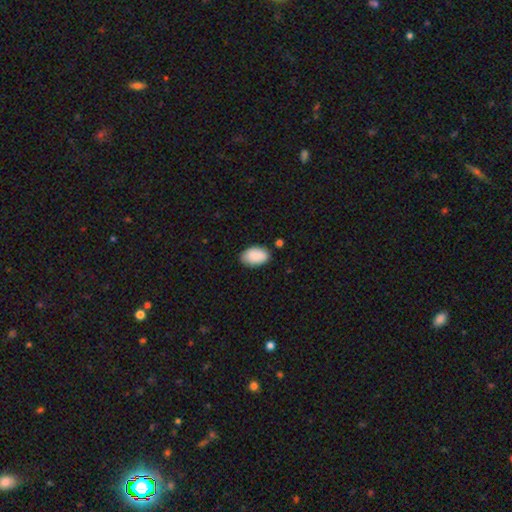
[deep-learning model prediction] Morphology: type=smooth (90%); roundness=in between (92%); merging=none (79%).